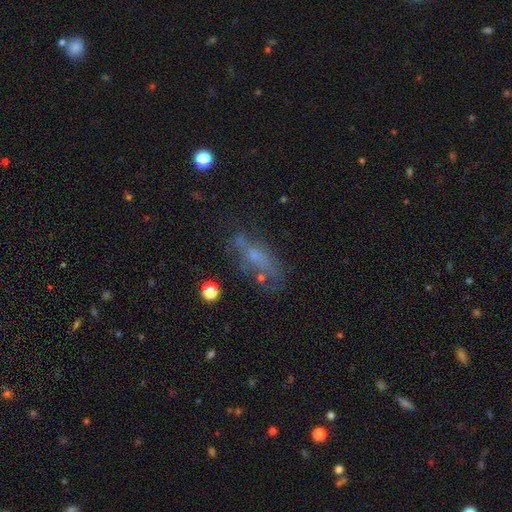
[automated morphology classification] A smooth galaxy with no disk features (45%).

Vote fractions:
- Smooth or featured? smooth: 45% / featured or disk: 39% / star or artifact: 16%
- Merging? none: 45% / minor disturbance: 25% / major disturbance: 21% / merger: 9%